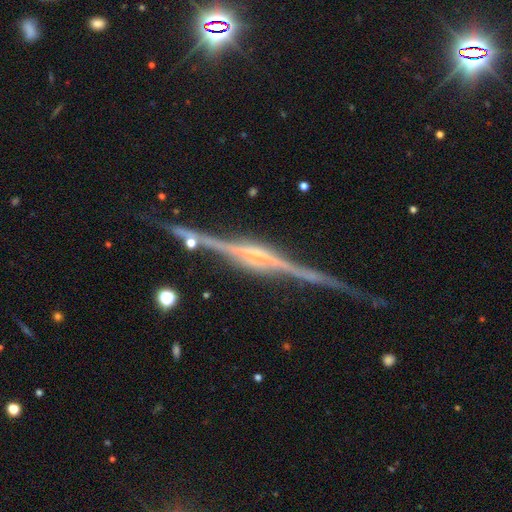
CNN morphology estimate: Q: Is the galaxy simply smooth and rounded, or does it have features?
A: featured or disk — 90%.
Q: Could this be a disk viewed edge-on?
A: yes — 98%.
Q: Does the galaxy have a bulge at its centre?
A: rounded — 59%.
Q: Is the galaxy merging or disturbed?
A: none — 83%.